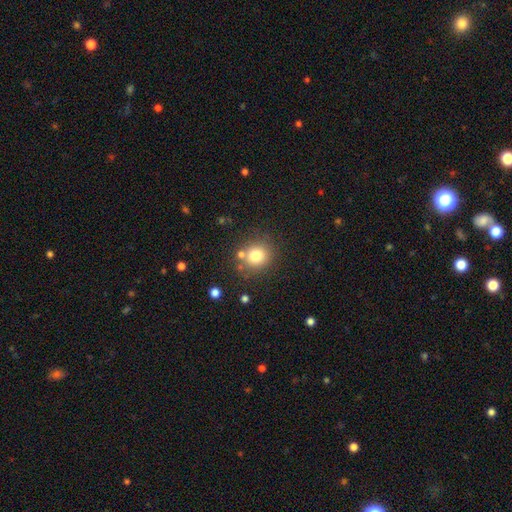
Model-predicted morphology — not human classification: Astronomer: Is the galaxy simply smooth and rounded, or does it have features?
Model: smooth — 79%.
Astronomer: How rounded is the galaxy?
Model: round — 85%.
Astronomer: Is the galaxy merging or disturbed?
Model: none — 77%.